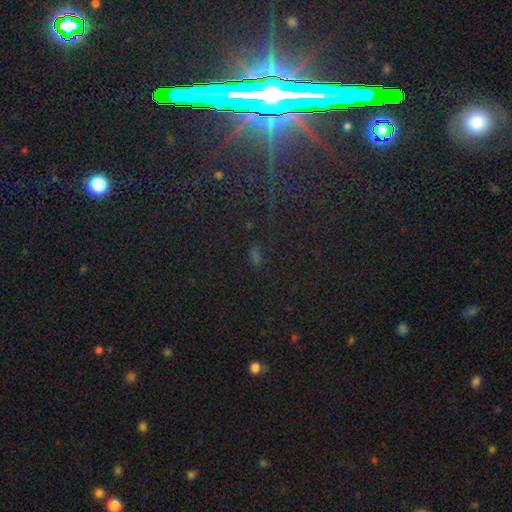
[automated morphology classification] Smooth or featured?
  - star or artifact: 57% *
  - smooth: 32%
  - featured or disk: 11%